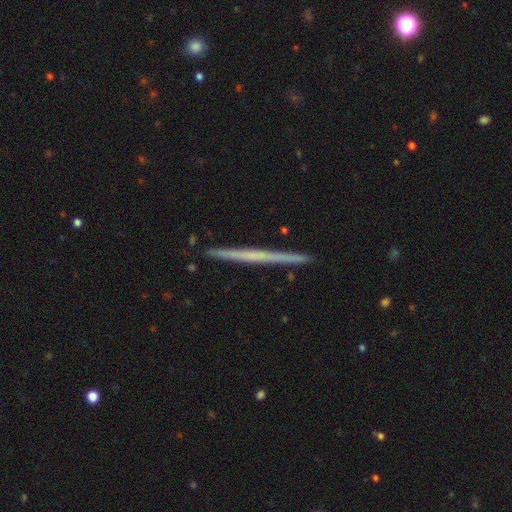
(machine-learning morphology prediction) Smooth or featured? featured or disk (61%)
Edge-on disk? yes (98%)
Edge-on bulge? none (86%)
Merging? none (92%)